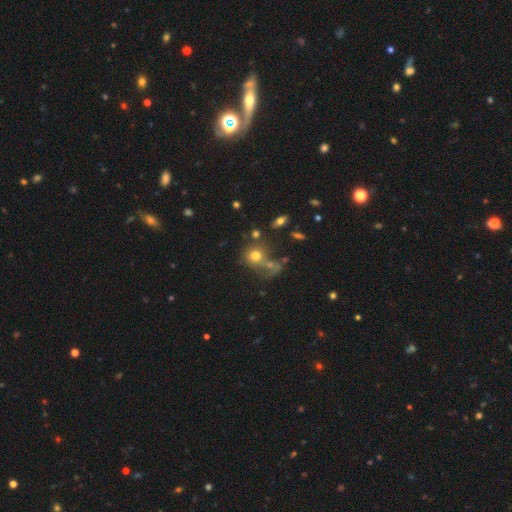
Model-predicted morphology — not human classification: smooth 69%, featured or disk 15%, star or artifact 15%. Down the decision tree: how rounded — round (78%); merging — none (42%).